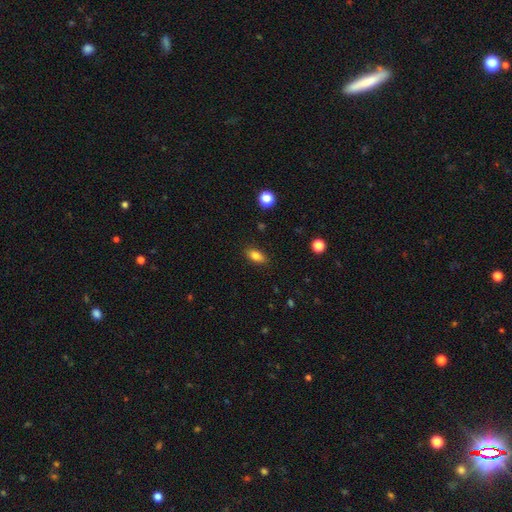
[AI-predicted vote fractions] smooth_or_featured: smooth (p=0.82) [alt: star or artifact p=0.09]
how_rounded: in between (p=0.85) [alt: cigar-shaped p=0.07]
merging: none (p=0.86) [alt: minor disturbance p=0.10]